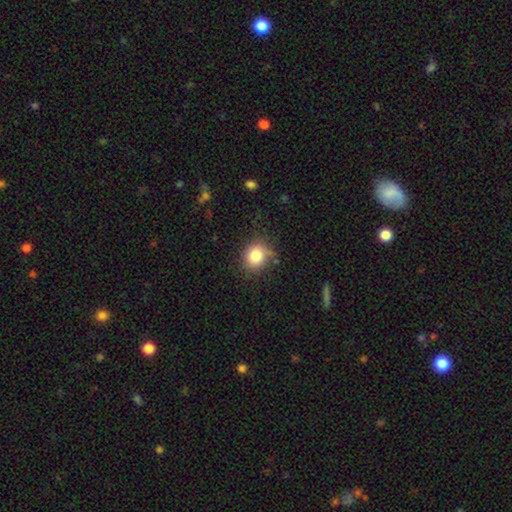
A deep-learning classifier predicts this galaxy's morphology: type=smooth (82%); roundness=round (74%); merging=none (75%).